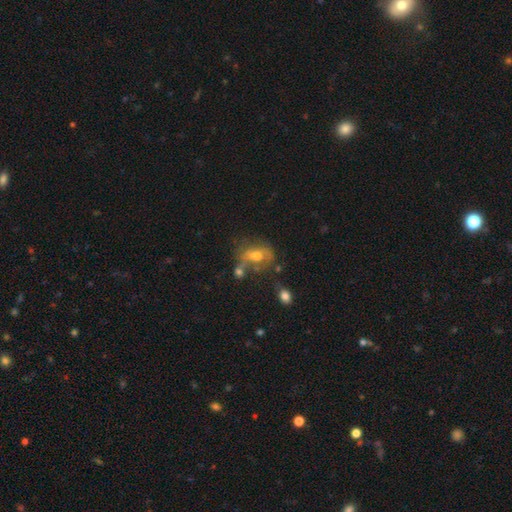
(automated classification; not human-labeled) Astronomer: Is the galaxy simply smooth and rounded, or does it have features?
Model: featured or disk — 46% (runner-up: smooth, 39%).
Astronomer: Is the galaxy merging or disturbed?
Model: none — 38% (runner-up: merger, 24%).